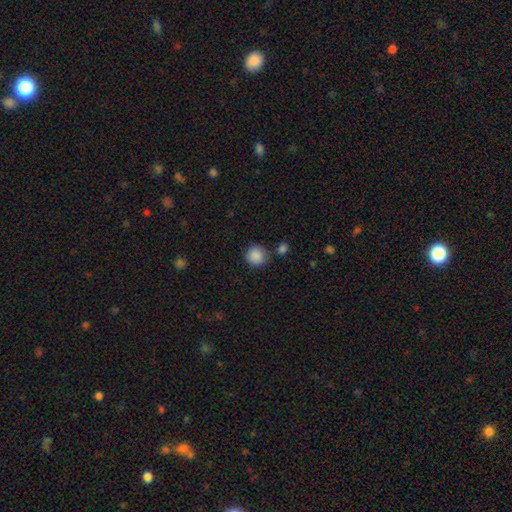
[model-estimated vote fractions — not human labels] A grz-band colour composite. It shows a smooth galaxy with no disk features (88%) that is round (92%). Merging: none (80%).